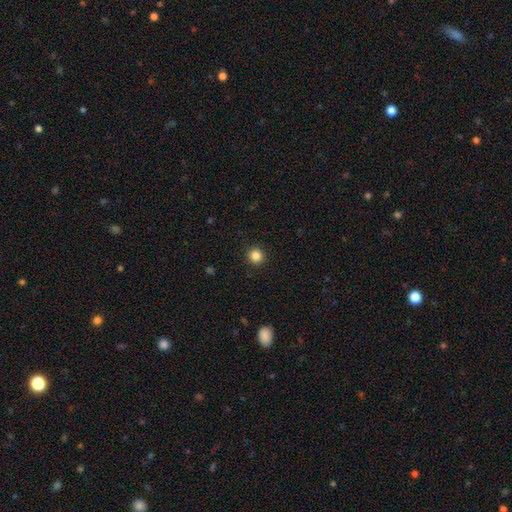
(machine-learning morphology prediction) This is clearly a smooth galaxy (85%). How rounded: clearly round (93%). Merging: clearly none (92%).